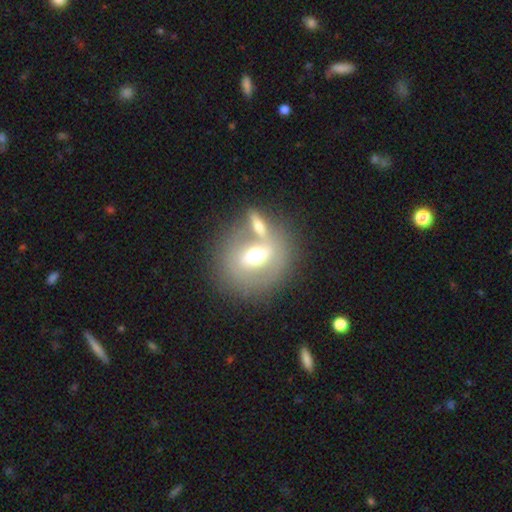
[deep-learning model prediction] This appears to be a smooth galaxy with no disk features (46%). Merging: none (50%).